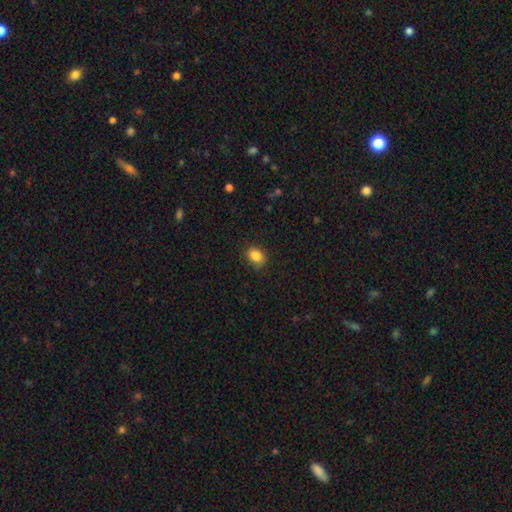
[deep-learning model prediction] smooth-or-featured: smooth: 86% | star or artifact: 9% | featured or disk: 5%
  how-rounded: in between: 57% | round: 42% | cigar-shaped: 1%
  merging: none: 81% | minor disturbance: 15% | major disturbance: 3% | merger: 1%